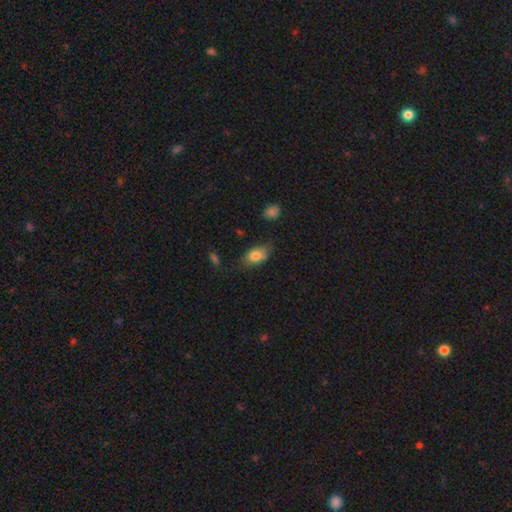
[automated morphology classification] Smooth or featured?
  - smooth: 80% *
  - featured or disk: 12%
  - star or artifact: 8%
How rounded?
  - in between: 87% *
  - round: 9%
  - cigar-shaped: 4%
Merging?
  - none: 66% *
  - minor disturbance: 25%
  - major disturbance: 6%
  - merger: 3%